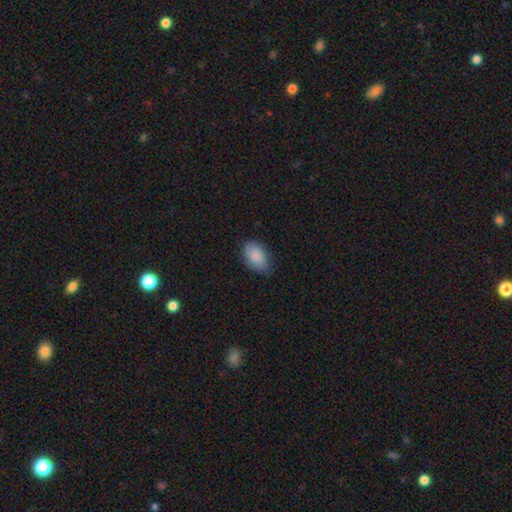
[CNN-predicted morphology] This is clearly a smooth galaxy (86%). How rounded: clearly in between (91%). Merging: likely none (70%).